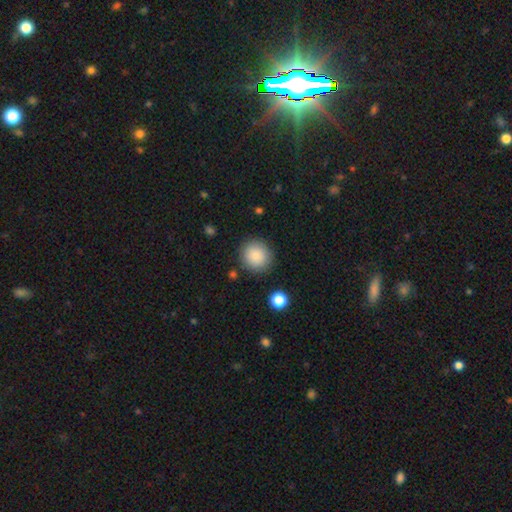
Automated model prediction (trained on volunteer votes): The model was most divided on "smooth or featured": smooth: 87%, star or artifact: 9%, featured or disk: 5%. More confident: how rounded — round (91%); merging — none (87%).